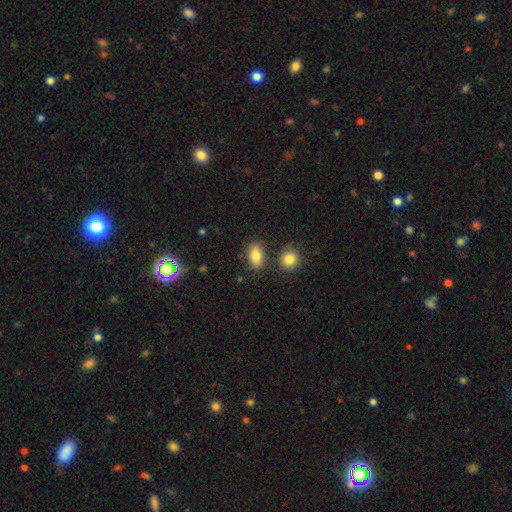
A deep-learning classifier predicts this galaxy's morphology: A smooth galaxy with no disk features (83%) that is in between round and cigar-shaped (86%). Merging: none (79%).